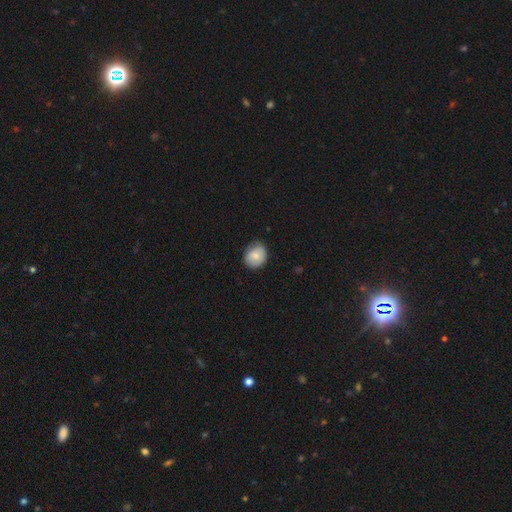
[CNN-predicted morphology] Overall: smooth (78%). How rounded: round (64%; in between 35%). Merging: none (71%).